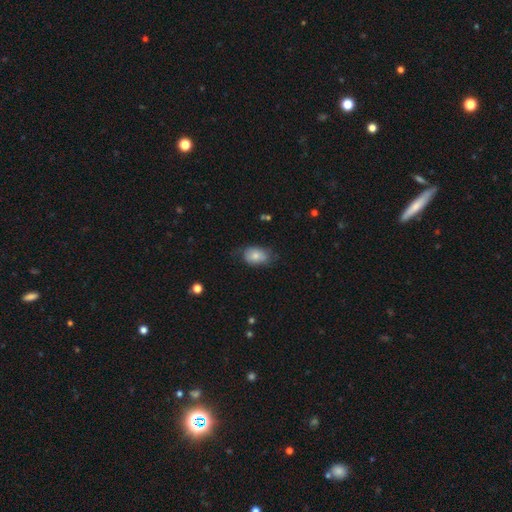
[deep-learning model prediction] smooth_or_featured: smooth (p=0.76) [alt: featured or disk p=0.16]
how_rounded: in between (p=0.85) [alt: round p=0.13]
merging: none (p=0.56) [alt: minor disturbance p=0.31]